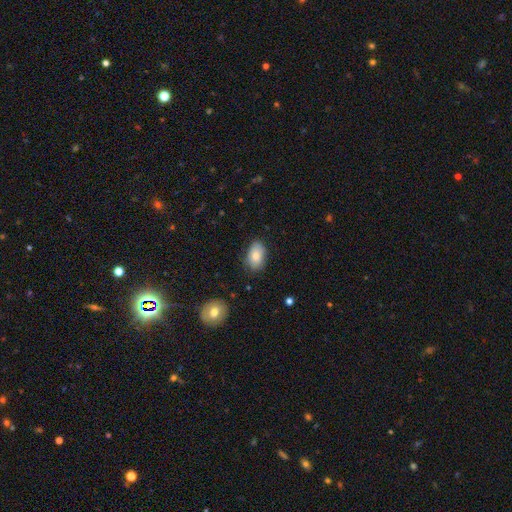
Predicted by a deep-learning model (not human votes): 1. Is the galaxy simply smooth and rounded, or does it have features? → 80% smooth, 12% featured or disk, 8% star or artifact.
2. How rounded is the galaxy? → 90% in between, 8% round, 1% cigar-shaped.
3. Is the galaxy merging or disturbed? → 76% none, 19% minor disturbance, 4% major disturbance, 1% merger.